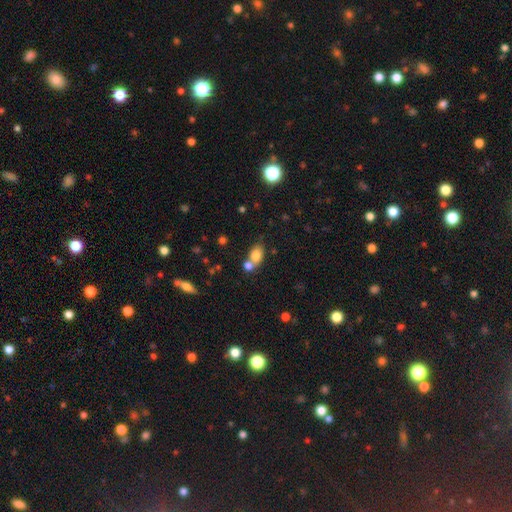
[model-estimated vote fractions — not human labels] The model was most divided on "merging": merger: 45%, none: 40%, minor disturbance: 10%, major disturbance: 4%. More confident: smooth or featured — smooth (79%); how rounded — in between (75%).